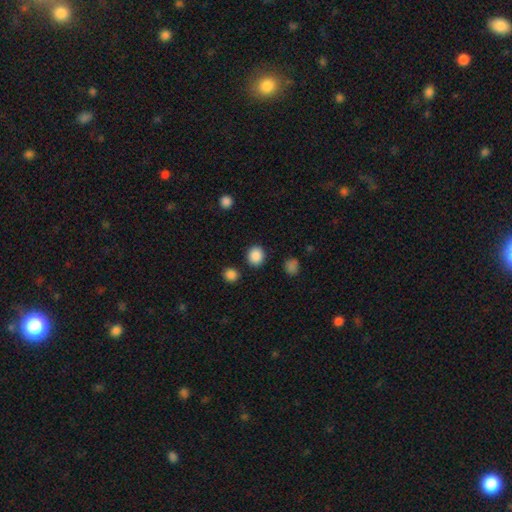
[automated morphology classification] Overall: smooth (87%). How rounded: round (79%). Merging: none (88%).